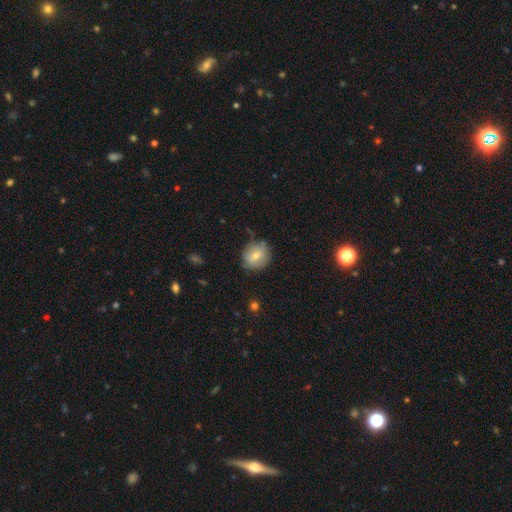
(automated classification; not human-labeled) smooth_or_featured: smooth (p=0.67) [alt: featured or disk p=0.23]
how_rounded: round (p=0.82) [alt: in between p=0.17]
merging: none (p=0.73) [alt: minor disturbance p=0.19]